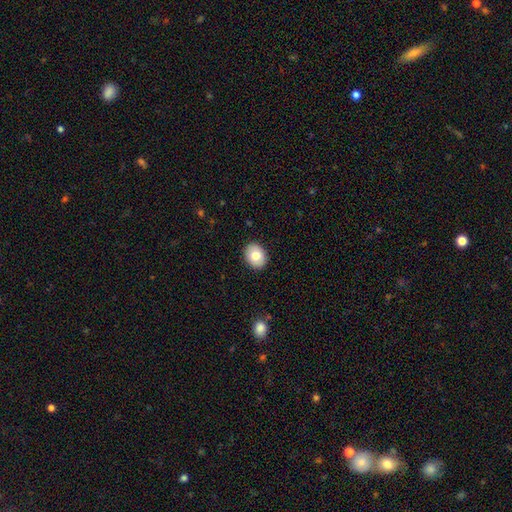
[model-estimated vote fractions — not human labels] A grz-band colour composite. It shows a smooth galaxy with no disk features (78%) that is in between round and cigar-shaped (50%). Merging: none (90%).